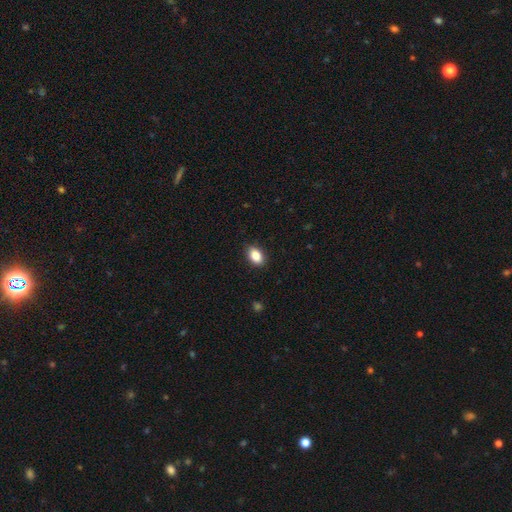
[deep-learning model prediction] A smooth galaxy with no disk features (88%) that is in between round and cigar-shaped (88%).

Vote fractions:
- Smooth or featured? smooth: 88% / star or artifact: 8% / featured or disk: 5%
- How rounded? in between: 88% / round: 11% / cigar-shaped: 2%
- Merging? none: 87% / minor disturbance: 10% / major disturbance: 2% / merger: 1%